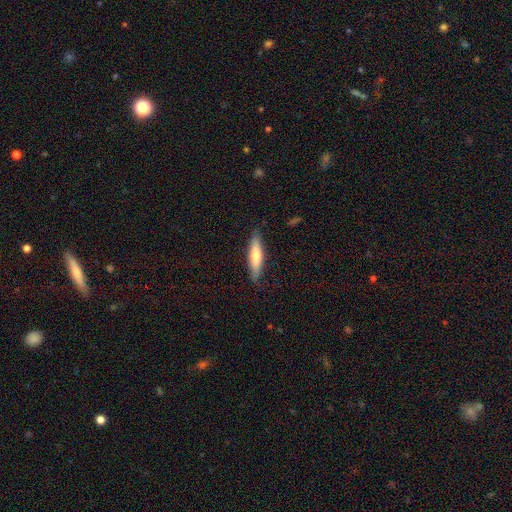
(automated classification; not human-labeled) This appears to be a smooth galaxy with no disk features (64%) that is cigar-shaped (77%). Merging: none (84%).